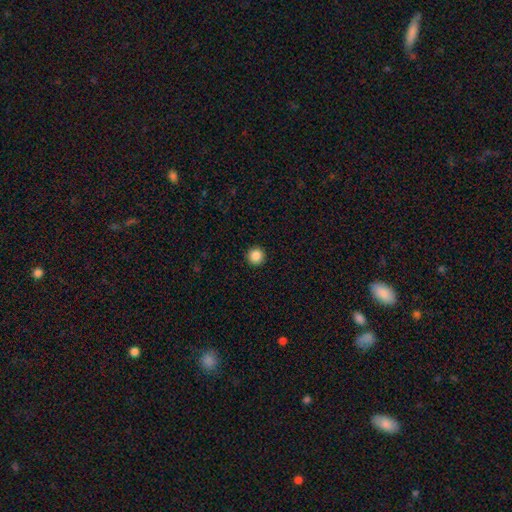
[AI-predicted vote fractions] Smooth or featured? smooth (87%)
How rounded? round (96%)
Merging? none (94%)